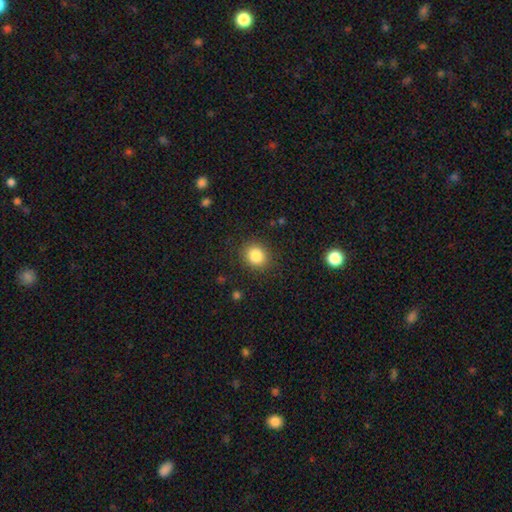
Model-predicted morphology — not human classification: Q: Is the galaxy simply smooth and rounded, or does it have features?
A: smooth — 84%.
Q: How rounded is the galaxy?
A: round — 75%.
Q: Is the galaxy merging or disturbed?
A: none — 88%.